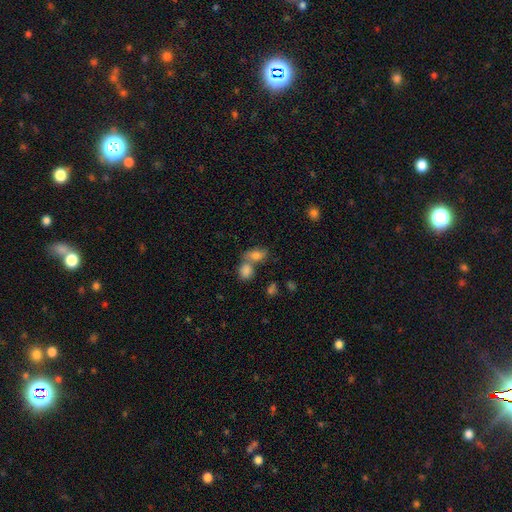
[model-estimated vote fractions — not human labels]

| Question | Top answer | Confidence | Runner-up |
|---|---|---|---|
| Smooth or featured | smooth | 72% | featured or disk (15%) |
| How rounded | in between | 75% | round (20%) |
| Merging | merger | 46% | none (37%) |